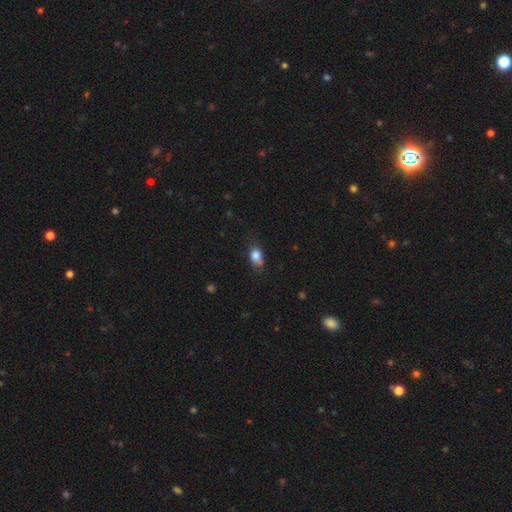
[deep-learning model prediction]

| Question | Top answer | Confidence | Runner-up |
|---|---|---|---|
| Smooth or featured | smooth | 82% | featured or disk (10%) |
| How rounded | in between | 76% | round (20%) |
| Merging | none | 58% | minor disturbance (31%) |